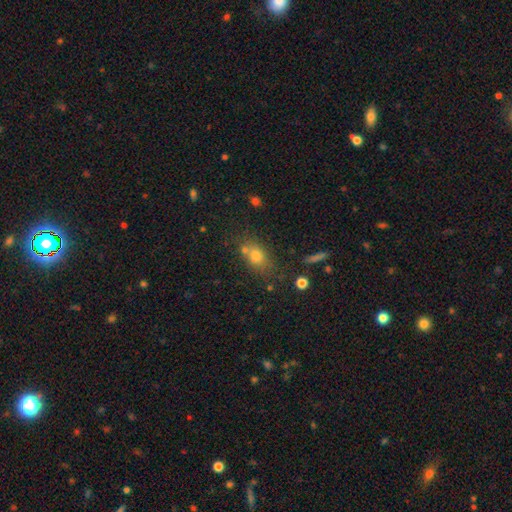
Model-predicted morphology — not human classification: This is likely a smooth galaxy (72%). How rounded: likely in between (63%). Merging: possibly none (58%).